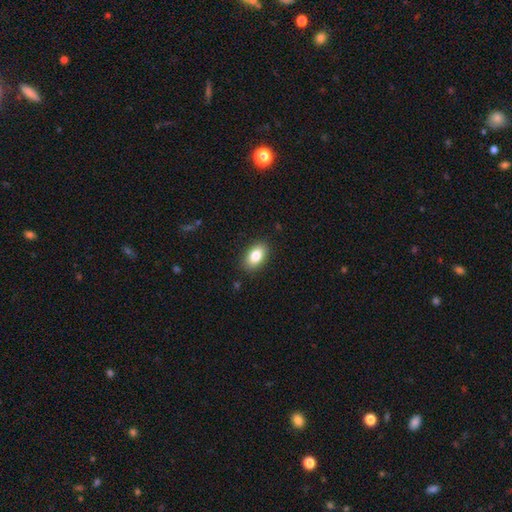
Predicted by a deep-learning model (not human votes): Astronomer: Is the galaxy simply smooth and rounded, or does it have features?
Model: smooth — 83%.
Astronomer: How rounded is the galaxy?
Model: in between — 90%.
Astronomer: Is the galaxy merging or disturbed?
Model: none — 88%.